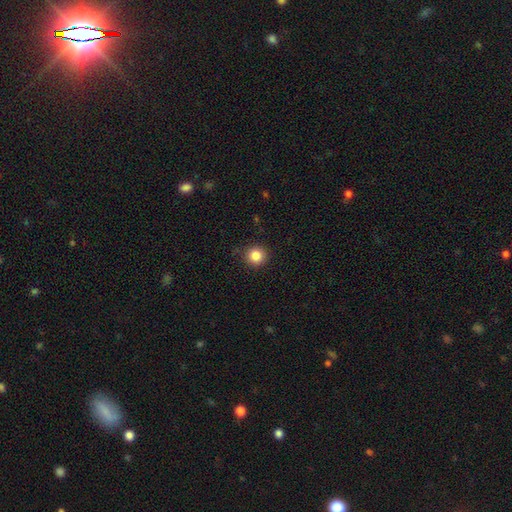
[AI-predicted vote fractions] A smooth galaxy with no disk features (85%) that is round (93%). Merging: none (87%).